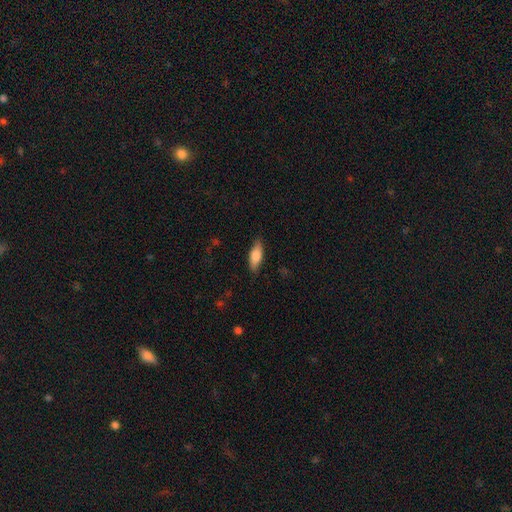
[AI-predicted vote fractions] A smooth galaxy with no disk features (75%) that is in between round and cigar-shaped (69%).

Vote fractions:
- Smooth or featured? smooth: 75% / featured or disk: 19% / star or artifact: 6%
- How rounded? in between: 69% / cigar-shaped: 28% / round: 2%
- Merging? none: 84% / minor disturbance: 12% / major disturbance: 2% / merger: 1%